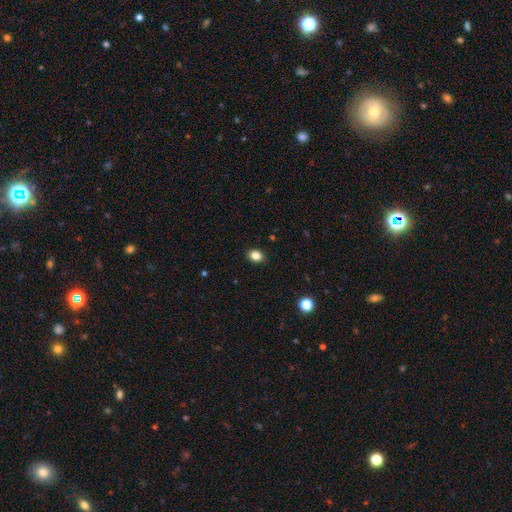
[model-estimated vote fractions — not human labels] This is clearly a smooth galaxy (84%). How rounded: likely in between (63%). Merging: clearly none (90%).